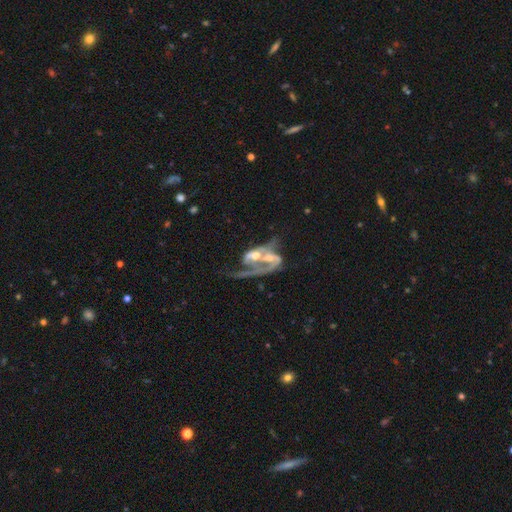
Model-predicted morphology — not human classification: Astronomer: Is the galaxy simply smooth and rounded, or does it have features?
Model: featured or disk — 79%.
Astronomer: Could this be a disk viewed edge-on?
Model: no — 96%.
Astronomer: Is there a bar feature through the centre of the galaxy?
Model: no — 51% (runner-up: weak, 33%).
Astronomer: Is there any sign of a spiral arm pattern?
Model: yes — 78%.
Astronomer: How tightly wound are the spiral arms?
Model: loose — 52% (runner-up: medium, 32%).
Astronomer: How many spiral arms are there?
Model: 2 — 44% (runner-up: 1, 40%).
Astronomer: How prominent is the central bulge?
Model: moderate — 56%.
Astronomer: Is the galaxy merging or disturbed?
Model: merger — 66%.